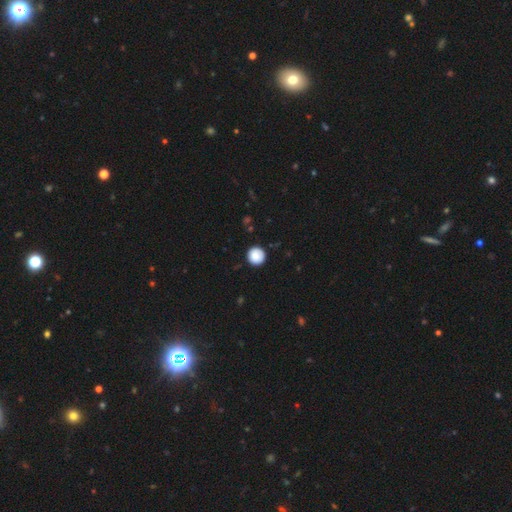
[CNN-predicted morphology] Q: Smooth or featured?
A: smooth (84%); runner-up: star or artifact (8%)
Q: How rounded?
A: round (96%); runner-up: in between (3%)
Q: Merging?
A: none (89%); runner-up: minor disturbance (8%)